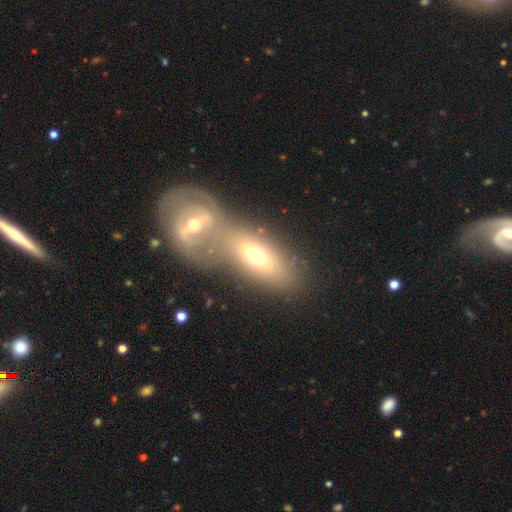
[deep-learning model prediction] A smooth galaxy with no disk features (49%). Merging: merger (64%).